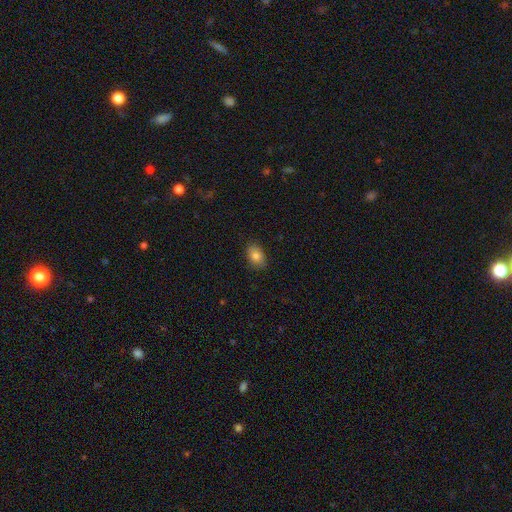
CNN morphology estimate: The model was most divided on "how rounded": in between: 81%, round: 18%, cigar-shaped: 1%. More confident: merging — none (86%); smooth or featured — smooth (81%).